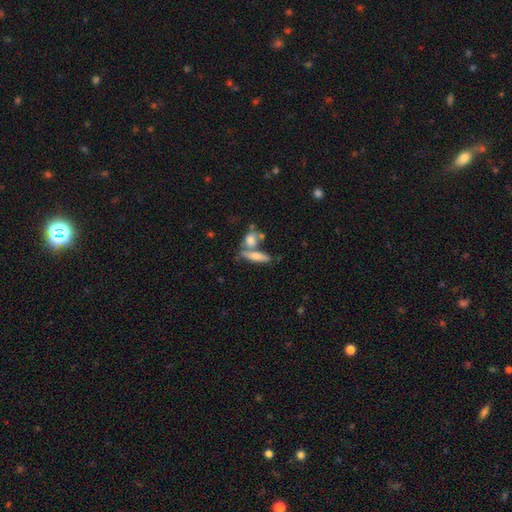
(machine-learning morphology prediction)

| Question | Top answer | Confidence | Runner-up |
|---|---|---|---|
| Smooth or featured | smooth | 64% | featured or disk (27%) |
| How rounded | cigar-shaped | 55% | in between (39%) |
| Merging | none | 50% | merger (34%) |